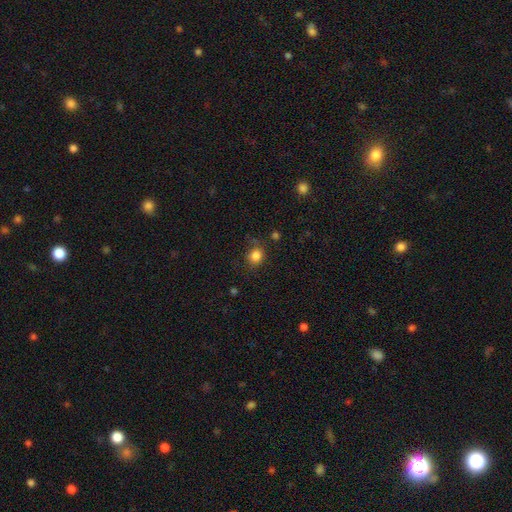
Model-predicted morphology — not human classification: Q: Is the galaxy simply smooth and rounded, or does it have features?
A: smooth — 83%.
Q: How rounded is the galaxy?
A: round — 79%.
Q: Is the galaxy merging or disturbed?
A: none — 73%.